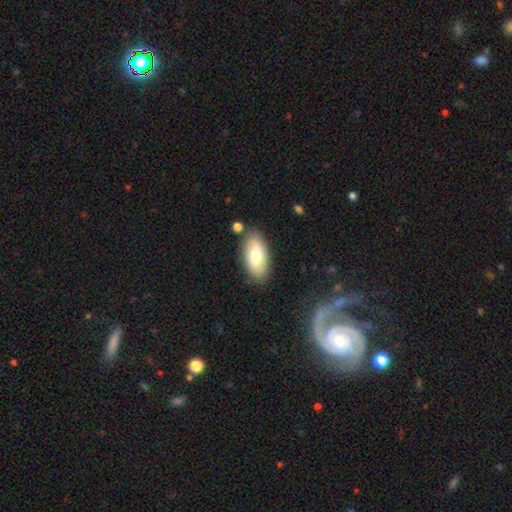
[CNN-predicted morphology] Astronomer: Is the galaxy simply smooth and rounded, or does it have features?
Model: smooth — 69%.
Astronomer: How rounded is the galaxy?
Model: in between — 92%.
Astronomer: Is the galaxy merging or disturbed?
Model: none — 82%.